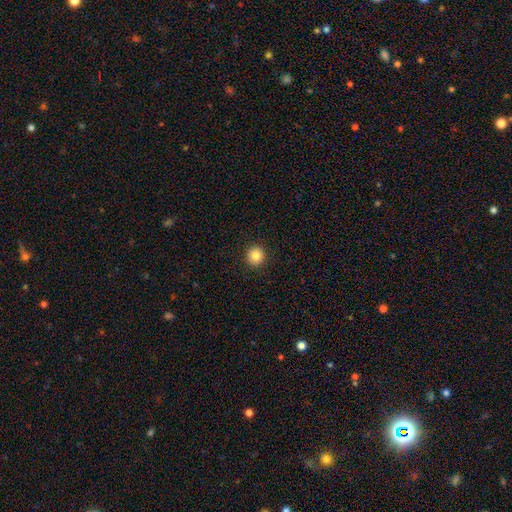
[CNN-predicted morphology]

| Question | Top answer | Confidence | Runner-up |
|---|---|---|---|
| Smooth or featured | smooth | 85% | star or artifact (10%) |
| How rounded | round | 94% | in between (5%) |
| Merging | none | 93% | minor disturbance (5%) |